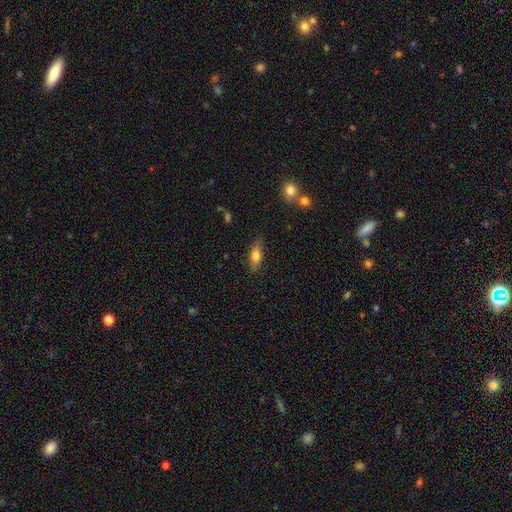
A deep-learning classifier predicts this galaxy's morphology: This appears to be a smooth galaxy with no disk features (69%) that is in between round and cigar-shaped (71%). Merging: none (76%).